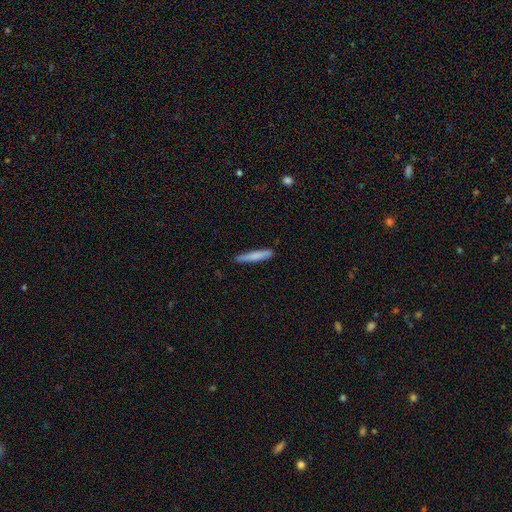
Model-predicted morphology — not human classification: The model was most divided on "smooth or featured": smooth: 76%, featured or disk: 19%, star or artifact: 6%. More confident: how rounded — cigar-shaped (94%); merging — none (85%).